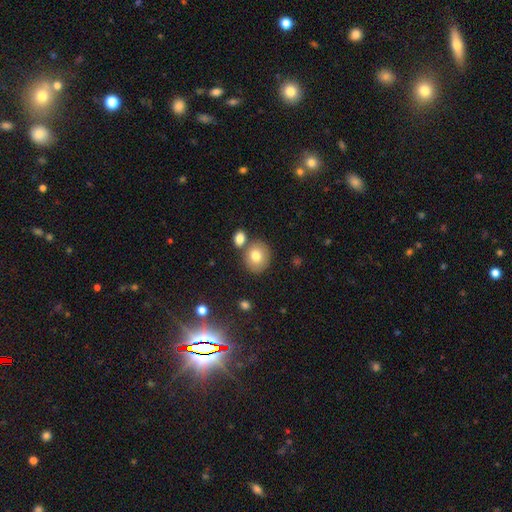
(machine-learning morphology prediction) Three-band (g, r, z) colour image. It shows a smooth galaxy with no disk features (77%) that is round (74%). Merging: none (69%).